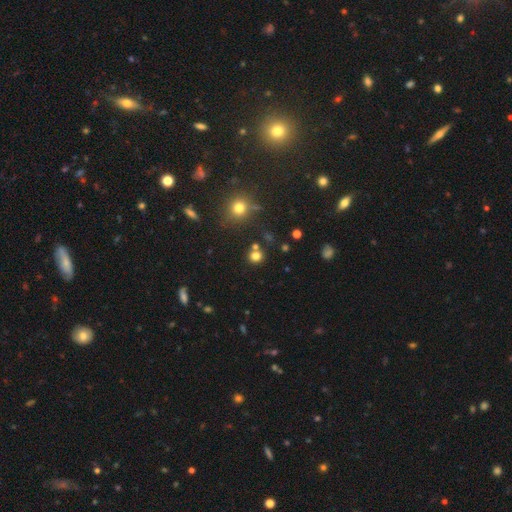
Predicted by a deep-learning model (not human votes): Morphology: type=smooth (75%); roundness=round (88%); merging=none (76%).